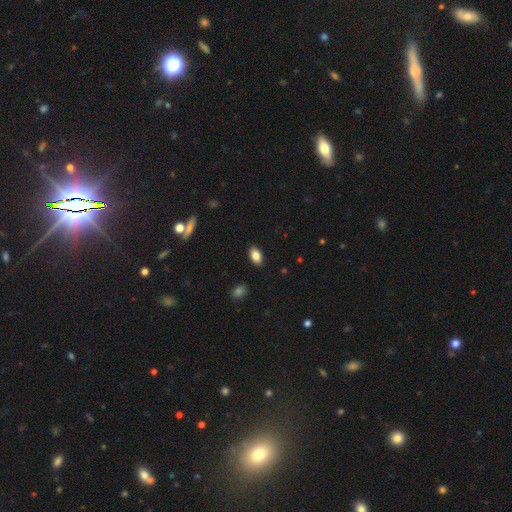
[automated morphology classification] Q: Smooth or featured?
A: smooth (84%); runner-up: star or artifact (8%)
Q: How rounded?
A: in between (91%); runner-up: round (7%)
Q: Merging?
A: none (89%); runner-up: minor disturbance (8%)